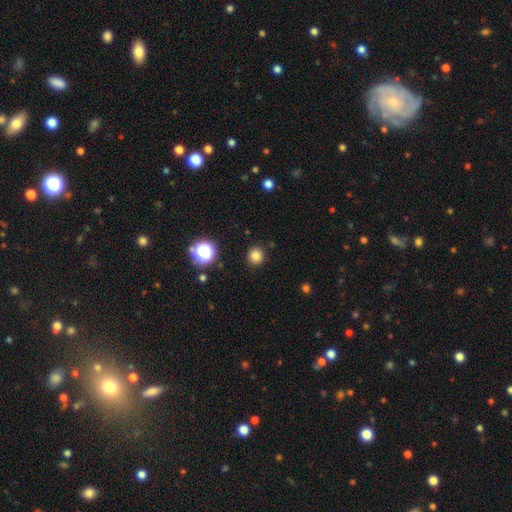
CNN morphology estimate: smooth-or-featured: smooth: 81% | star or artifact: 14% | featured or disk: 4%
  how-rounded: round: 91% | in between: 8% | cigar-shaped: 1%
  merging: none: 91% | minor disturbance: 6% | major disturbance: 2% | merger: 1%